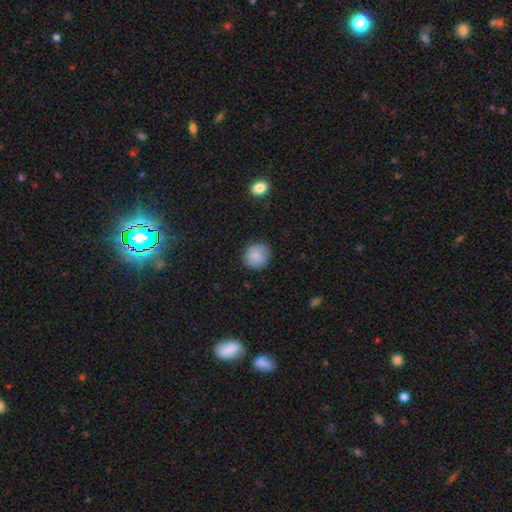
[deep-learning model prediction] Q: Smooth or featured?
A: smooth (86%); runner-up: star or artifact (8%)
Q: How rounded?
A: round (90%); runner-up: in between (9%)
Q: Merging?
A: none (84%); runner-up: minor disturbance (12%)